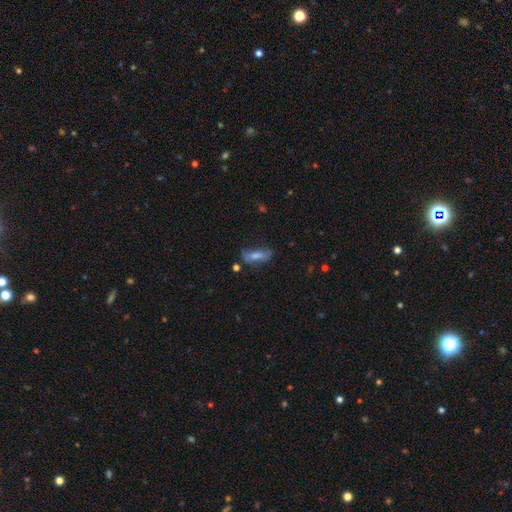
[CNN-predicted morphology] A smooth galaxy with no disk features (45%). Merging: none (59%).